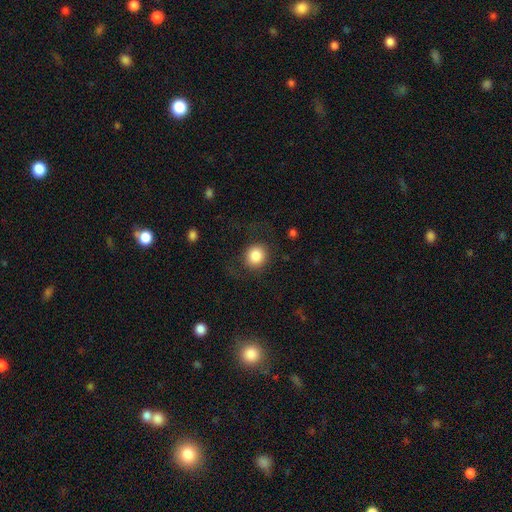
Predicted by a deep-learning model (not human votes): A smooth galaxy with no disk features (84%) that is round (85%).

Vote fractions:
- Smooth or featured? smooth: 84% / star or artifact: 9% / featured or disk: 8%
- How rounded? round: 85% / in between: 14% / cigar-shaped: 1%
- Merging? none: 79% / minor disturbance: 11% / major disturbance: 8% / merger: 1%